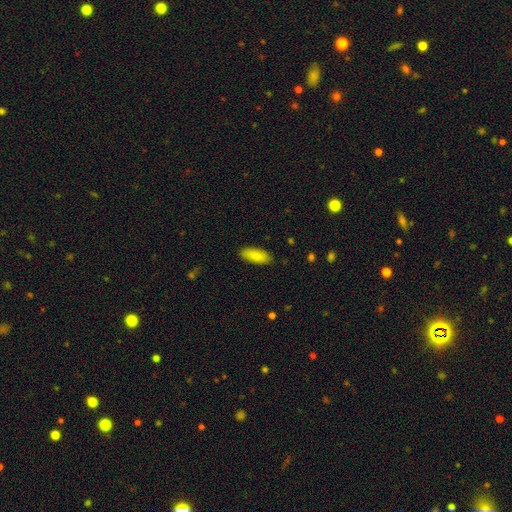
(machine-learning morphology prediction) Smooth or featured? Predicted: smooth (p=0.88). How rounded? Predicted: in between (p=0.79). Merging? Predicted: none (p=0.88).